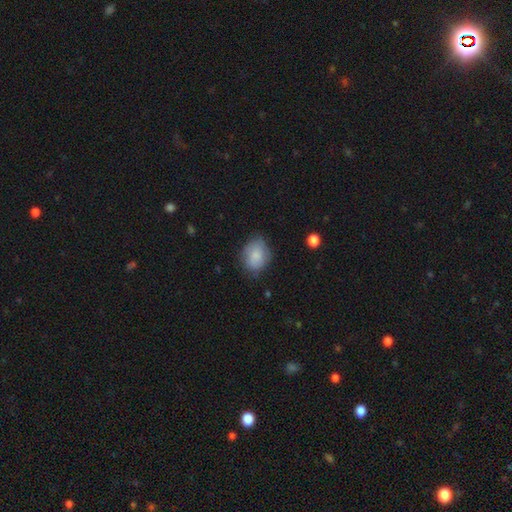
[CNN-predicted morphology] Smooth or featured?
  - smooth: 81% *
  - featured or disk: 12%
  - star or artifact: 7%
How rounded?
  - in between: 58% *
  - round: 41%
  - cigar-shaped: 1%
Merging?
  - none: 67% *
  - minor disturbance: 25%
  - major disturbance: 6%
  - merger: 2%